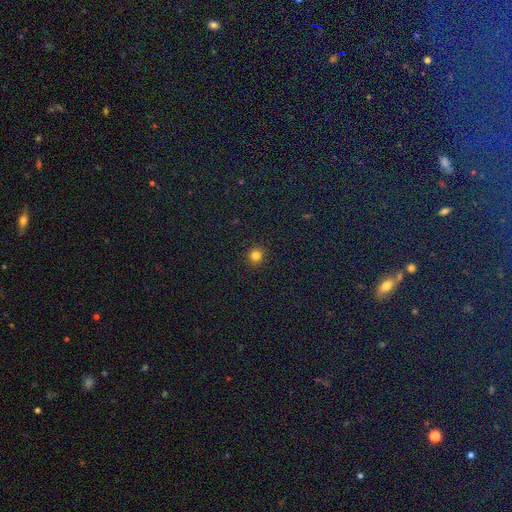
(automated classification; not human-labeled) smooth 82%, star or artifact 14%, featured or disk 4%. Down the decision tree: how rounded — round (93%); merging — none (92%).